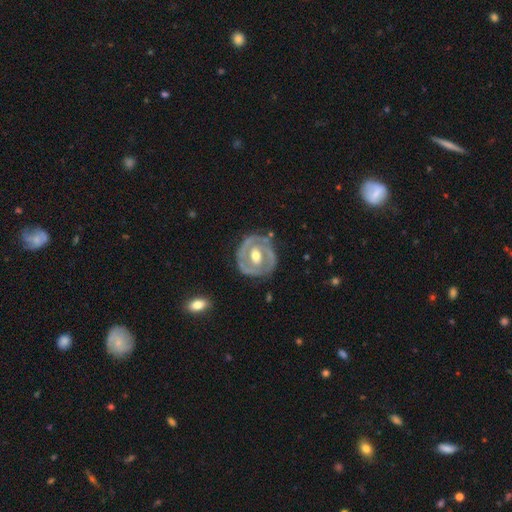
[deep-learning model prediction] A featured or disk galaxy (79%) with no bar (43%), 2 (55%) tight (65%) spiral arms (69%) and a moderate central bulge (76%). Merging: none (72%).